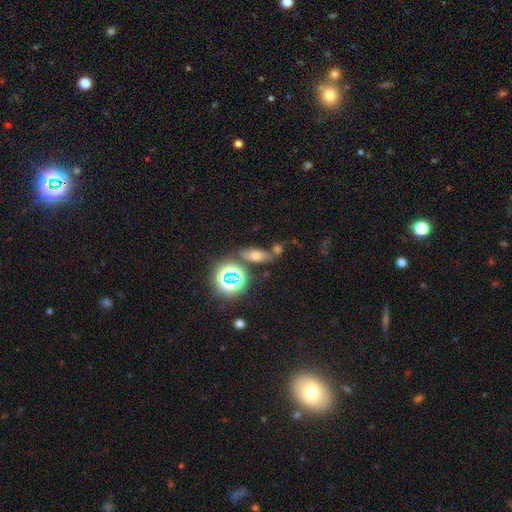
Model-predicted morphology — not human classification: smooth 53%, star or artifact 26%, featured or disk 21%. Down the decision tree: how rounded — in between (66%); merging — none (69%).